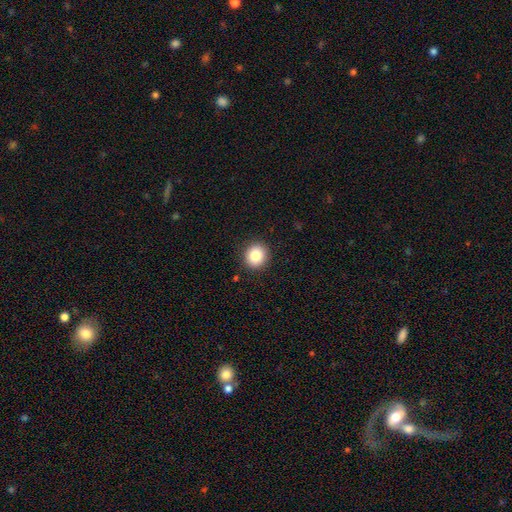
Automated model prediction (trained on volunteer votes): Smooth or featured? smooth (85%)
How rounded? round (80%)
Merging? none (91%)